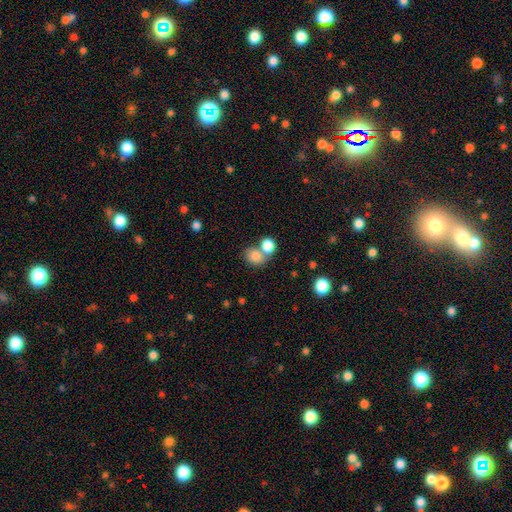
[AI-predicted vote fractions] The model was most divided on "merging": merger: 48%, none: 39%, minor disturbance: 9%, major disturbance: 4%. More confident: smooth or featured — smooth (81%); how rounded — round (63%).